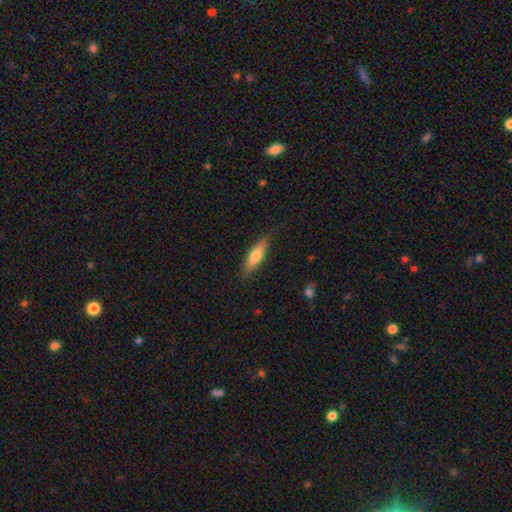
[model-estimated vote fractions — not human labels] smooth_or_featured: smooth (p=0.70) [alt: featured or disk p=0.24]
how_rounded: cigar-shaped (p=0.57) [alt: in between p=0.41]
merging: none (p=0.85) [alt: minor disturbance p=0.11]